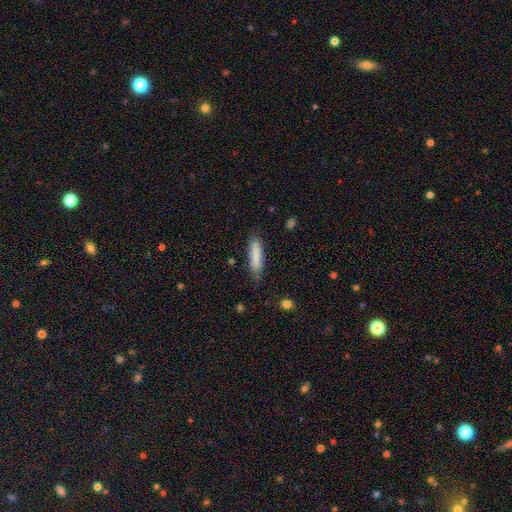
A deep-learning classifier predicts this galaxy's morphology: Smooth or featured?
  - smooth: 85% *
  - featured or disk: 9%
  - star or artifact: 6%
How rounded?
  - cigar-shaped: 71% *
  - in between: 27%
  - round: 1%
Merging?
  - none: 80% *
  - minor disturbance: 15%
  - major disturbance: 3%
  - merger: 2%